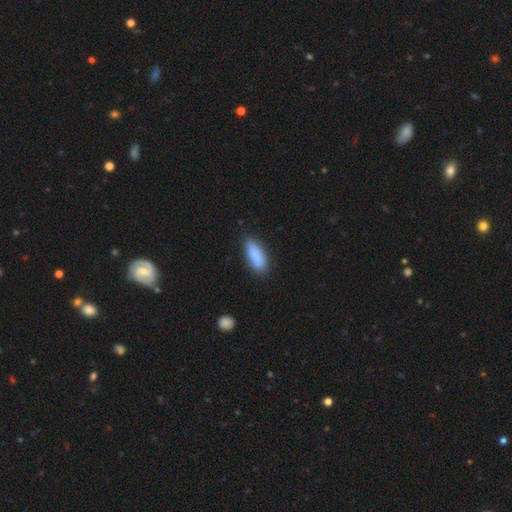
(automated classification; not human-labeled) smooth_or_featured: smooth (p=0.87) [alt: featured or disk p=0.07]
how_rounded: in between (p=0.68) [alt: cigar-shaped p=0.30]
merging: none (p=0.79) [alt: minor disturbance p=0.16]